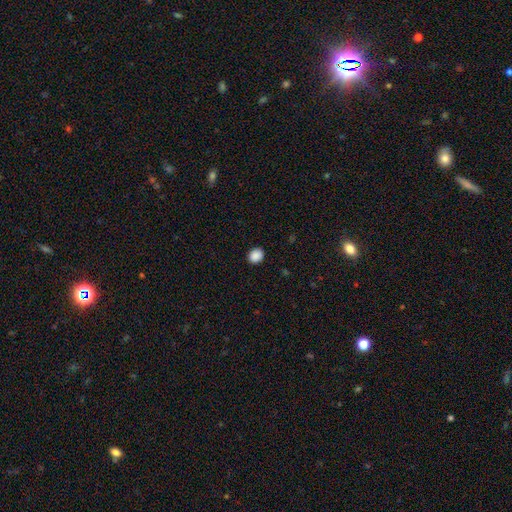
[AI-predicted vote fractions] Q: Smooth or featured?
A: smooth (89%); runner-up: star or artifact (9%)
Q: How rounded?
A: round (60%); runner-up: in between (39%)
Q: Merging?
A: none (90%); runner-up: minor disturbance (7%)